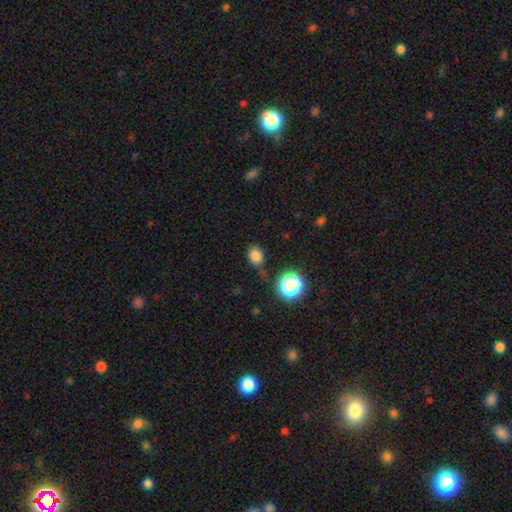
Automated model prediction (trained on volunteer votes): A smooth galaxy with no disk features (79%) that is round (59%).

Vote fractions:
- Smooth or featured? smooth: 79% / star or artifact: 16% / featured or disk: 5%
- How rounded? round: 59% / in between: 40% / cigar-shaped: 1%
- Merging? none: 73% / minor disturbance: 18% / major disturbance: 5% / merger: 4%